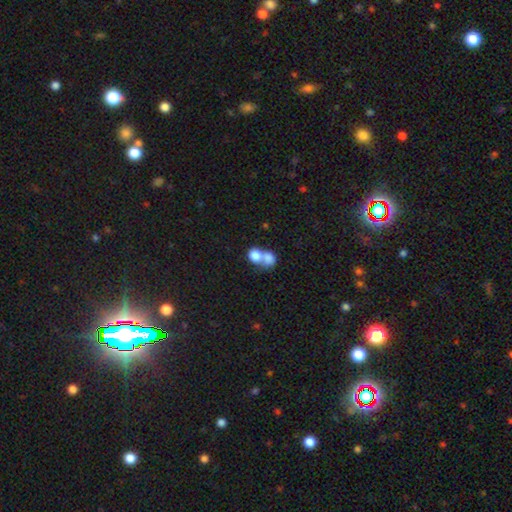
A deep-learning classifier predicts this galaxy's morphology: A smooth galaxy with no disk features (78%) that is round (59%).

Vote fractions:
- Smooth or featured? smooth: 78% / featured or disk: 13% / star or artifact: 9%
- How rounded? round: 59% / in between: 40% / cigar-shaped: 1%
- Merging? merger: 74% / none: 17% / minor disturbance: 5% / major disturbance: 4%